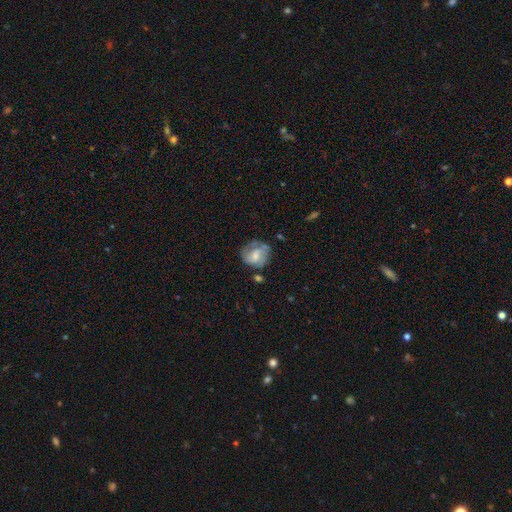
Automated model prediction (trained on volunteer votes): The model was most divided on "smooth or featured" (2-way tie): featured or disk: 46%, smooth: 46%, star or artifact: 8%. More confident: merging — none (53%).